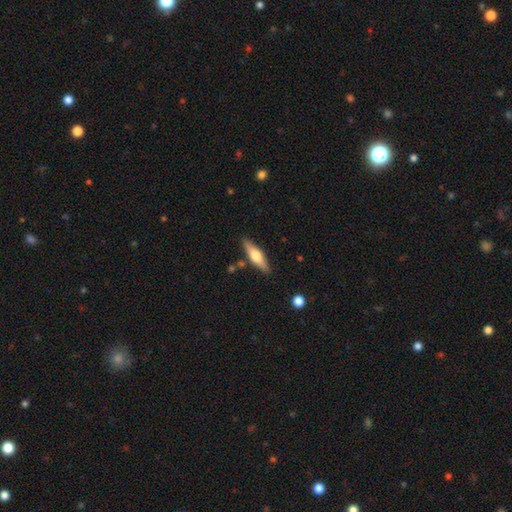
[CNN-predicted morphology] Smooth or featured? Predicted: smooth (p=0.49). Merging? Predicted: none (p=0.84).